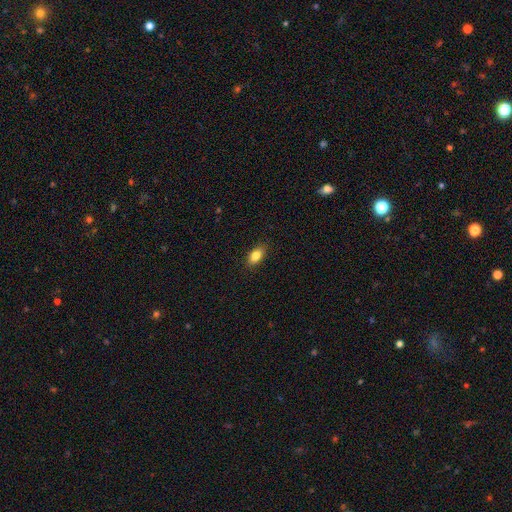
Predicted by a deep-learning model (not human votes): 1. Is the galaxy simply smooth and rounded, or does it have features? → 85% smooth, 8% star or artifact, 7% featured or disk.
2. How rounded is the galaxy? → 88% in between, 8% round, 4% cigar-shaped.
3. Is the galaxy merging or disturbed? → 87% none, 10% minor disturbance, 2% major disturbance, 1% merger.